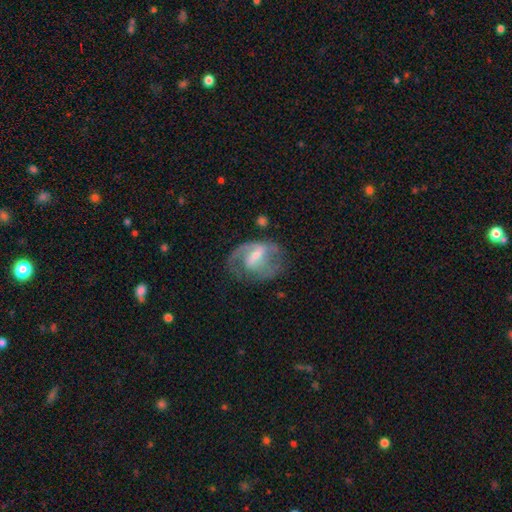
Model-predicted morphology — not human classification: smooth_or_featured: featured or disk (p=0.77) [alt: smooth p=0.17]
disk_edge_on: no (p=0.97) [alt: yes p=0.03]
bar: weak (p=0.49) [alt: strong p=0.36]
has_spiral_arms: yes (p=0.86) [alt: no p=0.14]
spiral_winding: medium (p=0.50) [alt: loose p=0.26]
spiral_arm_count: 2 (p=0.58) [alt: 1 p=0.25]
bulge_size: small (p=0.43) [alt: moderate p=0.38]
merging: none (p=0.51) [alt: major disturbance p=0.24]